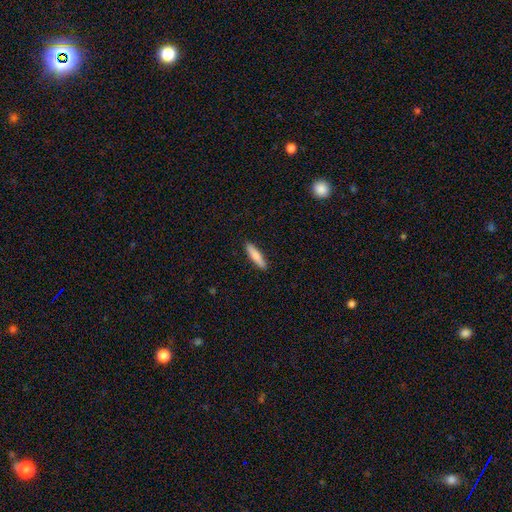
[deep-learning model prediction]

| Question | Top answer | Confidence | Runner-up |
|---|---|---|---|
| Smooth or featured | smooth | 77% | featured or disk (18%) |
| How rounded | cigar-shaped | 82% | in between (17%) |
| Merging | none | 91% | minor disturbance (7%) |